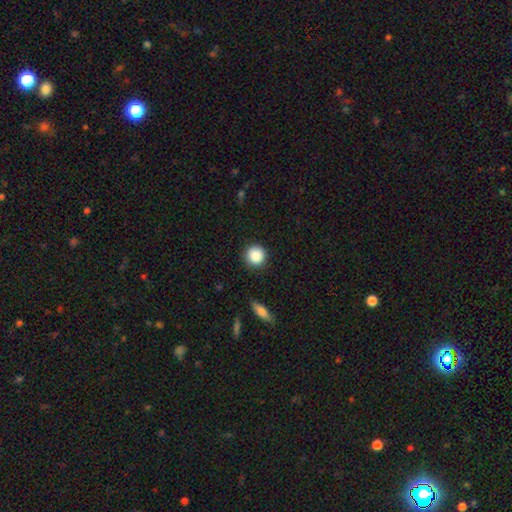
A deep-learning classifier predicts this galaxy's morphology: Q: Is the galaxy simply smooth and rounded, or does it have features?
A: smooth — 88%.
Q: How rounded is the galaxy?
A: round — 94%.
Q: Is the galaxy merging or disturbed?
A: none — 88%.